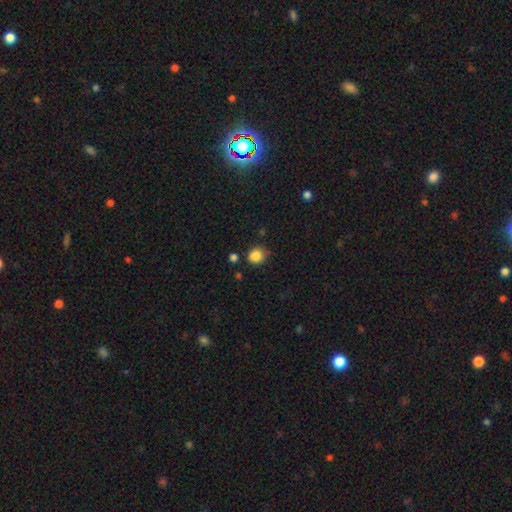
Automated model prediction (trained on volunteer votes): This is clearly a smooth galaxy (86%). How rounded: clearly round (83%). Merging: likely none (75%).